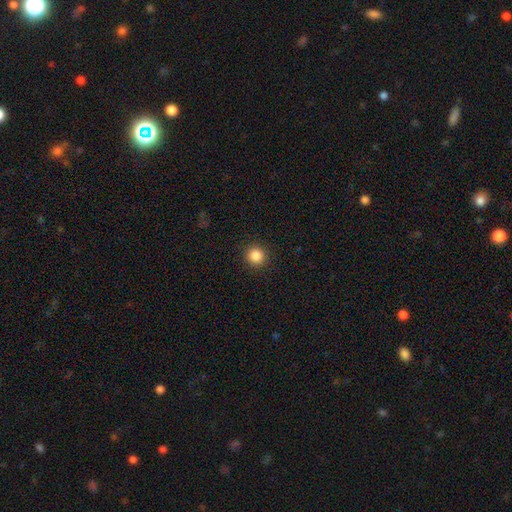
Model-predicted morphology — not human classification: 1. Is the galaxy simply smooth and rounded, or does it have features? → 86% smooth, 11% star or artifact, 3% featured or disk.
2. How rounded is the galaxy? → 93% round, 6% in between, 1% cigar-shaped.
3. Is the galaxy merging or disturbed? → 92% none, 5% minor disturbance, 2% major disturbance, 1% merger.